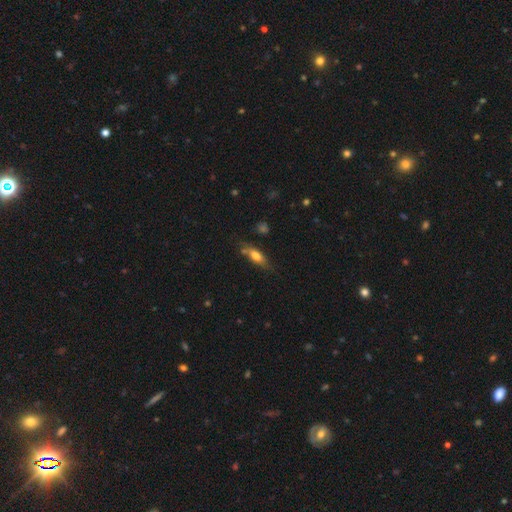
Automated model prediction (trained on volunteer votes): This appears to be a smooth galaxy with no disk features (66%) that is in between round and cigar-shaped (55%). Merging: none (65%).